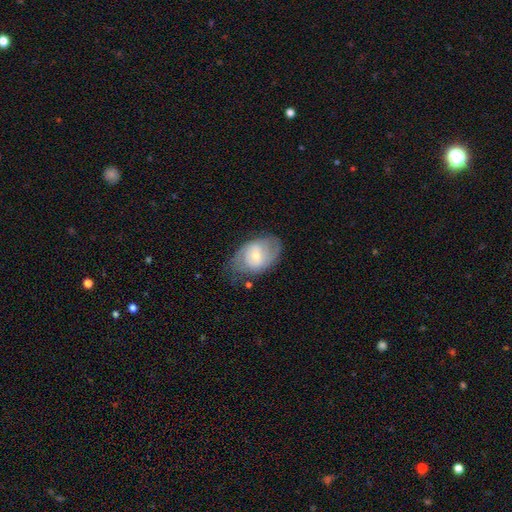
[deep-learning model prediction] Smooth or featured: featured or disk — 58% (smooth — 36%)
Edge-on disk: no — 96% (yes — 4%)
Bar: no — 46% (weak — 45%)
Spiral arms: yes — 78% (no — 22%)
Bulge size: small — 52% (moderate — 42%)
Merging: none — 56% (minor disturbance — 28%)